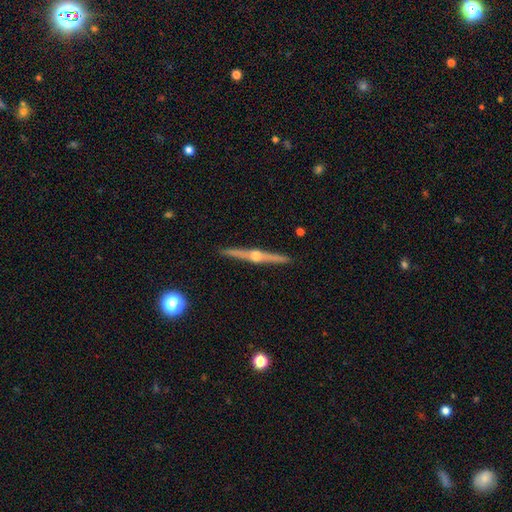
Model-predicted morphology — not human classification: smooth-or-featured: featured or disk: 85% | smooth: 10% | star or artifact: 5%
  disk-edge-on: yes: 99% | no: 1%
    edge-on-bulge: rounded: 94% | boxy: 3% | none: 3%
  merging: none: 93% | minor disturbance: 5% | major disturbance: 1% | merger: 1%